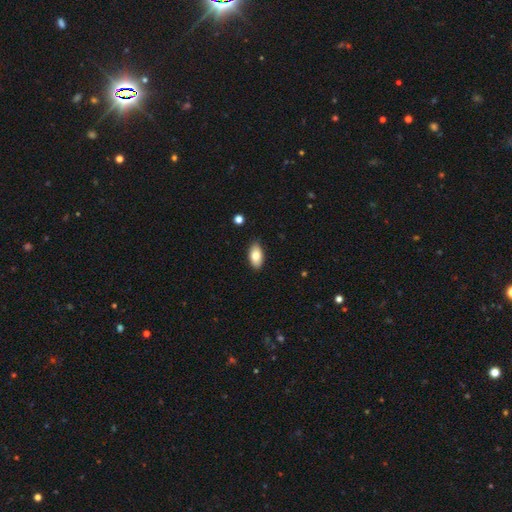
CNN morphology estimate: Smooth or featured? smooth (80%)
How rounded? in between (93%)
Merging? none (88%)